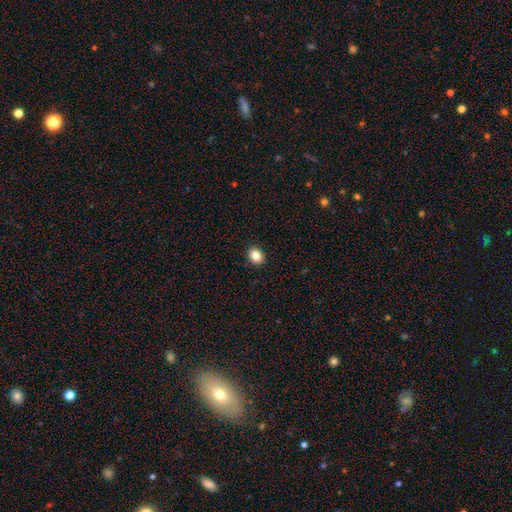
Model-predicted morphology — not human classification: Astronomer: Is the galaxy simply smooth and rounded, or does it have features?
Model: smooth — 85%.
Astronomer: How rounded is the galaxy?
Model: in between — 56% (runner-up: round, 43%).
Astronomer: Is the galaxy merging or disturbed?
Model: none — 91%.